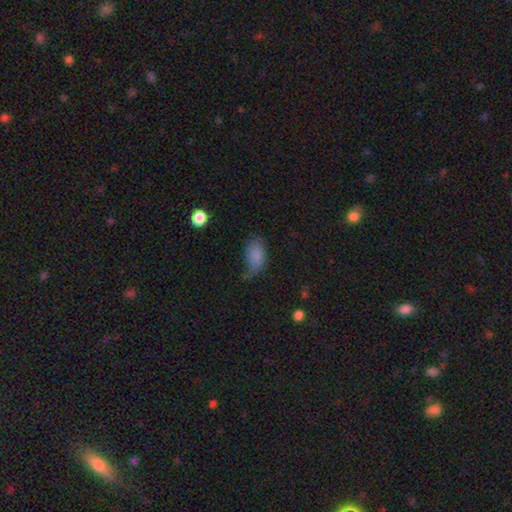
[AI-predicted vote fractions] A smooth galaxy with no disk features (81%) that is in between round and cigar-shaped (92%).

Vote fractions:
- Smooth or featured? smooth: 81% / star or artifact: 10% / featured or disk: 9%
- How rounded? in between: 92% / round: 6% / cigar-shaped: 2%
- Merging? none: 48% / minor disturbance: 35% / major disturbance: 14% / merger: 3%